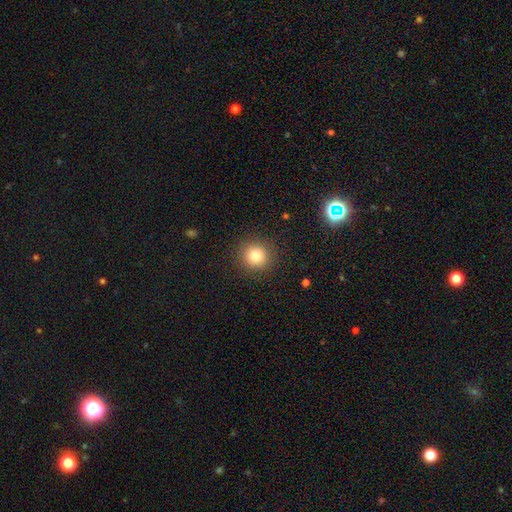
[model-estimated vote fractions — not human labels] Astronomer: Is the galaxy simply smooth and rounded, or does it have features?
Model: smooth — 81%.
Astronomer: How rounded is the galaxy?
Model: round — 93%.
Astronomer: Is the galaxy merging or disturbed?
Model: none — 90%.